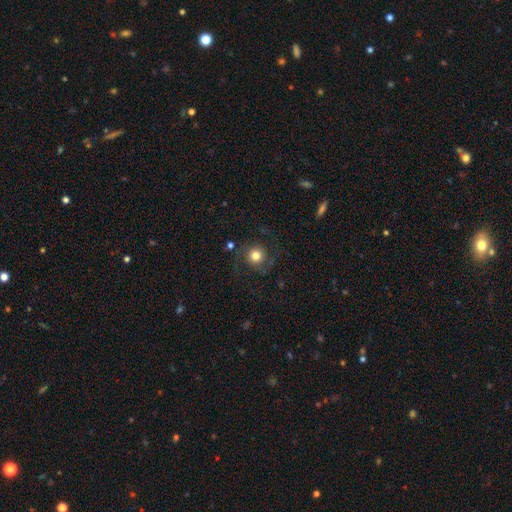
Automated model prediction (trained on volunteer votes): This is possibly a smooth galaxy (46%). Merging: likely none (74%).